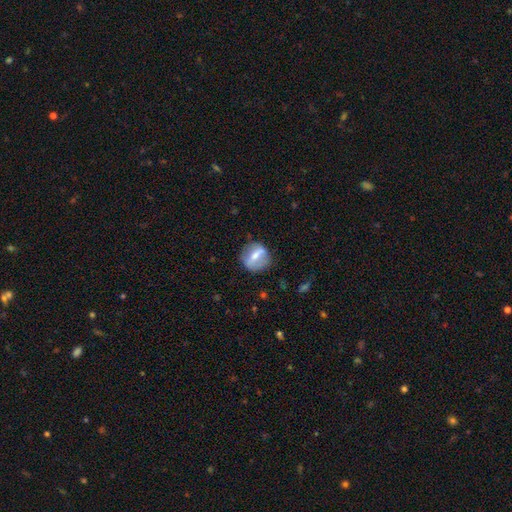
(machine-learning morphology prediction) A featured or disk galaxy (51%).

Vote fractions:
- Smooth or featured? featured or disk: 51% / smooth: 42% / star or artifact: 8%
- Edge-on disk? no: 86% / yes: 14%
- Merging? none: 76% / minor disturbance: 15% / major disturbance: 7% / merger: 2%